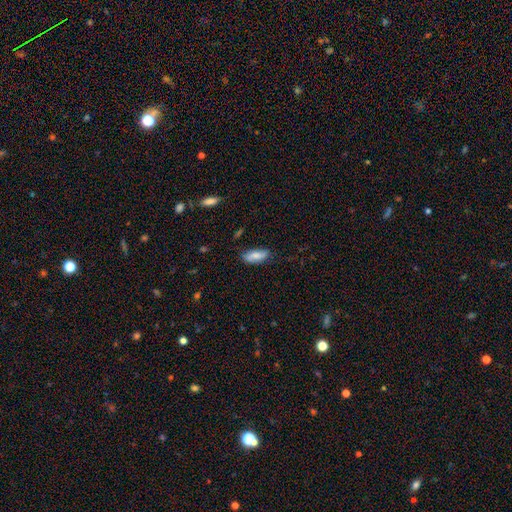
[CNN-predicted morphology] Q: Smooth or featured?
A: smooth (76%); runner-up: featured or disk (17%)
Q: How rounded?
A: in between (80%); runner-up: cigar-shaped (18%)
Q: Merging?
A: none (73%); runner-up: minor disturbance (21%)